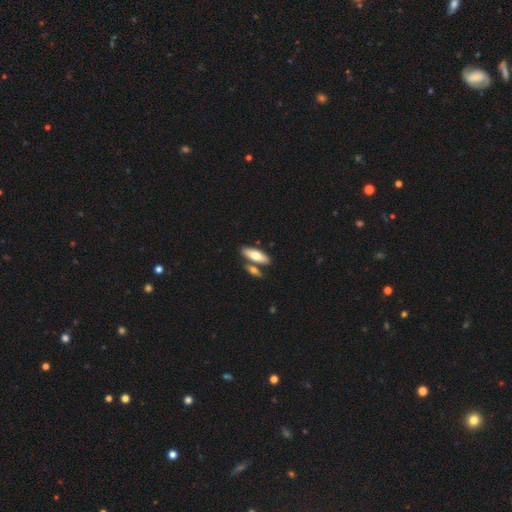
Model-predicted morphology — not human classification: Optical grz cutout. It shows a smooth galaxy with no disk features (70%) that is in between round and cigar-shaped (67%). Merging: none (64%).